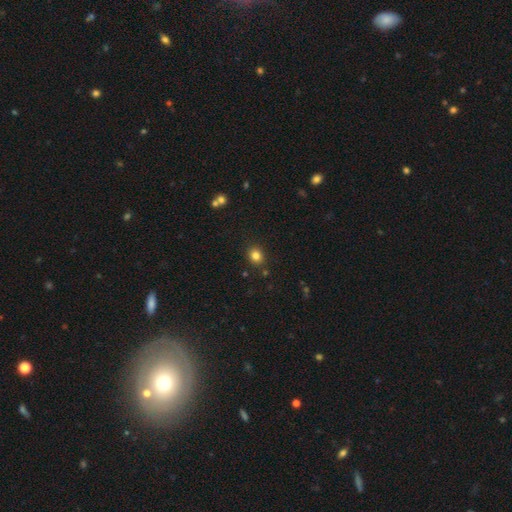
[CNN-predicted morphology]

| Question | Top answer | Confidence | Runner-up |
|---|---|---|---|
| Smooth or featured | smooth | 82% | star or artifact (12%) |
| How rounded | round | 74% | in between (25%) |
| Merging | none | 88% | minor disturbance (8%) |